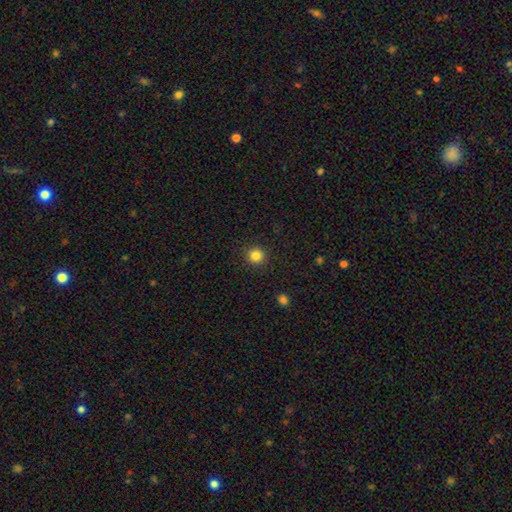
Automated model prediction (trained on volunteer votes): smooth 84%, star or artifact 12%, featured or disk 4%. Down the decision tree: how rounded — round (94%); merging — none (92%).